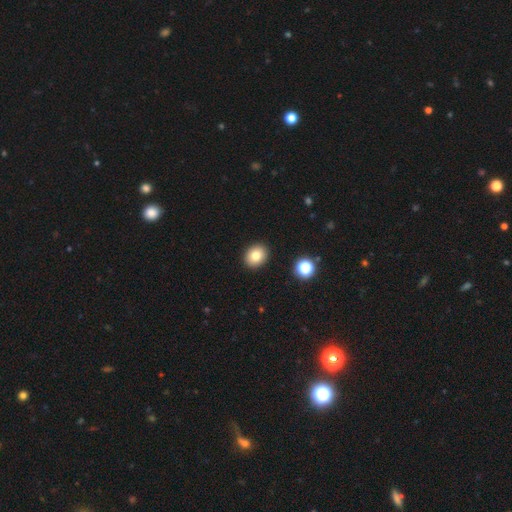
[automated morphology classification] smooth-or-featured: smooth: 81% | star or artifact: 11% | featured or disk: 8%
  how-rounded: round: 53% | in between: 46% | cigar-shaped: 1%
  merging: none: 90% | minor disturbance: 6% | major disturbance: 2% | merger: 2%